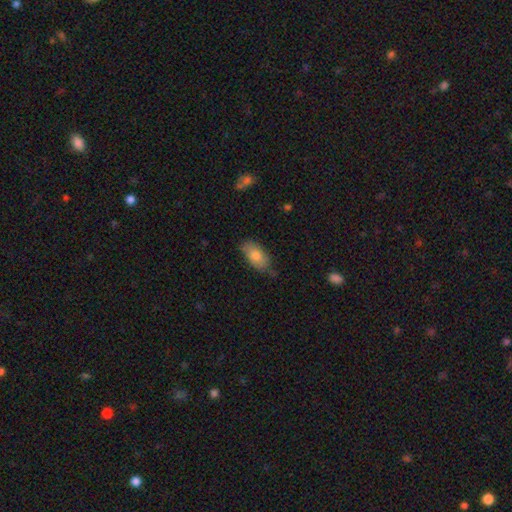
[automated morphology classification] smooth 78%, featured or disk 15%, star or artifact 7%. Down the decision tree: how rounded — in between (91%); merging — none (66%).